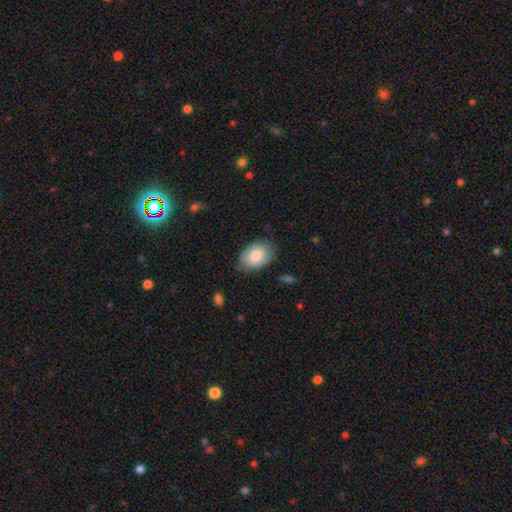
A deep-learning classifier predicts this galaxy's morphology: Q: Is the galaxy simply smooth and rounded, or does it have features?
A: smooth — 82%.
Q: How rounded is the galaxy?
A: in between — 84%.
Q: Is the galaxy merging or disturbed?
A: none — 77%.